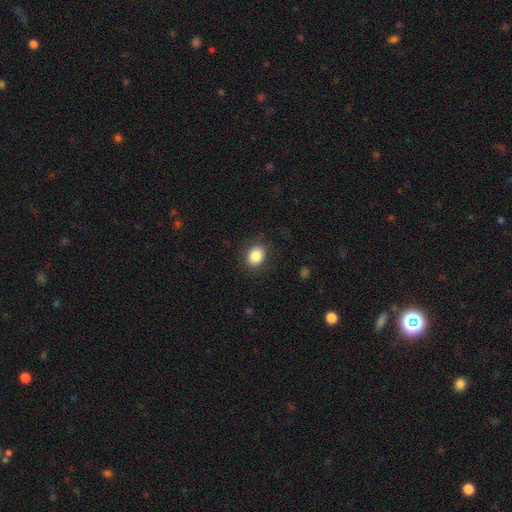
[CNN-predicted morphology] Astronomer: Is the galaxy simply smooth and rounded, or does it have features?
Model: smooth — 85%.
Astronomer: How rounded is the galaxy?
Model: in between — 50% (runner-up: round, 49%).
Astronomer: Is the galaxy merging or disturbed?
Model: none — 85%.